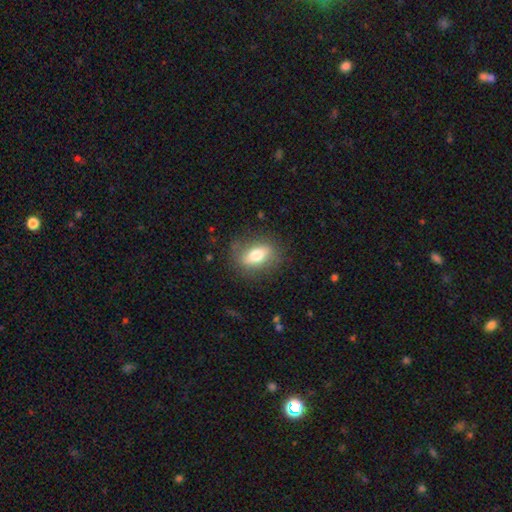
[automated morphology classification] type=smooth (64%); roundness=in between (77%); merging=none (78%).